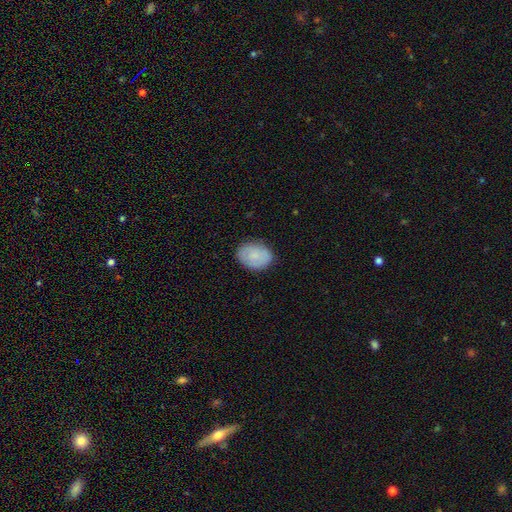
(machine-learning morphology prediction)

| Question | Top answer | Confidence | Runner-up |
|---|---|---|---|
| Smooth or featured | smooth | 77% | featured or disk (16%) |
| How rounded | in between | 75% | round (24%) |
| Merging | none | 83% | minor disturbance (13%) |